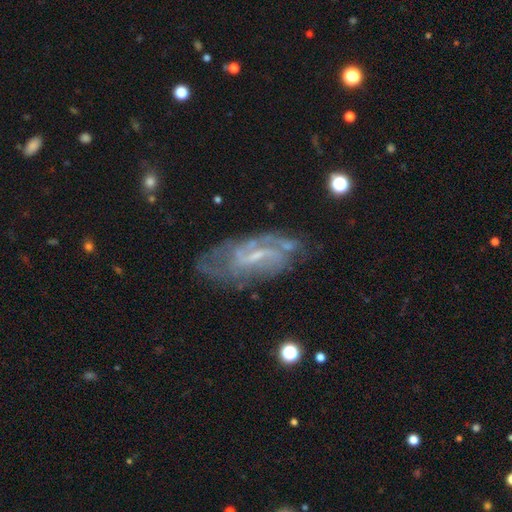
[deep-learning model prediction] This is likely a featured or disk galaxy (79%). It is clearly not viewed edge-on (91%). Bar: possibly weak (49%). Spiral arm pattern: clearly yes (85%). Spiral arm count: marginally 2 (42%). Spiral winding: marginally medium (42%). Central bulge: possibly small (54%). Merging: likely none (62%).